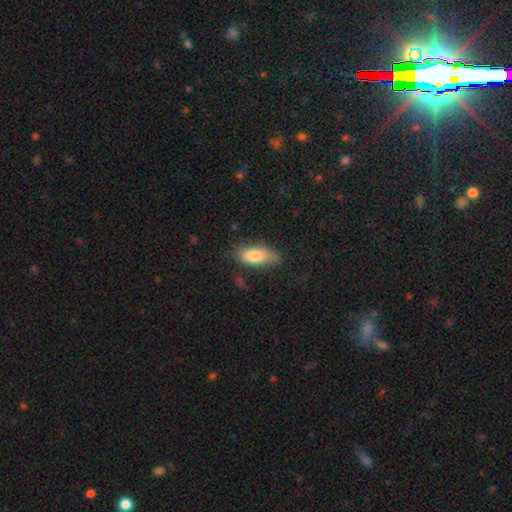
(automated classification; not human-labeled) Smooth or featured? Predicted: smooth (p=0.78). How rounded? Predicted: in between (p=0.80). Merging? Predicted: none (p=0.55).